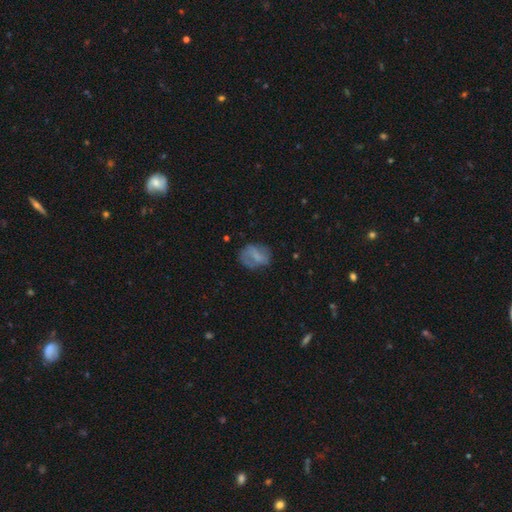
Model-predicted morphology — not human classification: The model was most divided on "how rounded": in between: 58%, round: 40%, cigar-shaped: 2%. More confident: smooth or featured — smooth (56%); merging — none (53%).